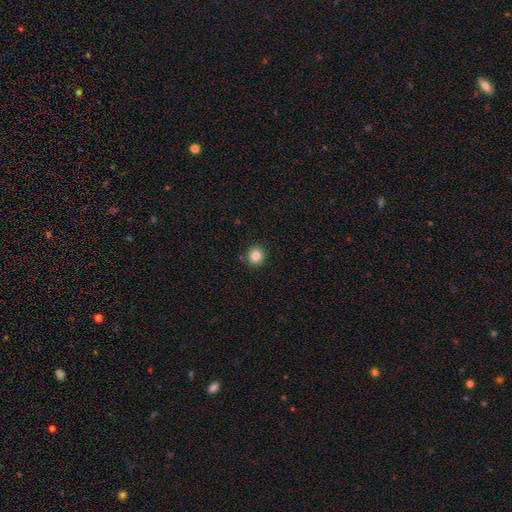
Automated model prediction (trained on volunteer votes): Smooth or featured? Predicted: smooth (p=0.85). How rounded? Predicted: round (p=0.90). Merging? Predicted: none (p=0.90).